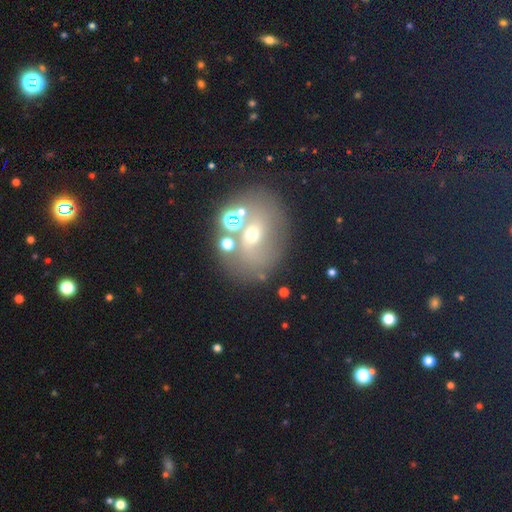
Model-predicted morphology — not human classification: Smooth or featured? Predicted: smooth (p=0.38). Merging? Predicted: none (p=0.62).